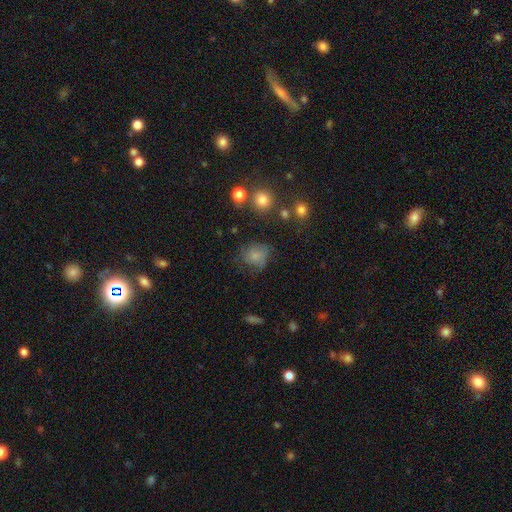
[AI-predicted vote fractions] A smooth galaxy with no disk features (68%) that is round (67%).

Vote fractions:
- Smooth or featured? smooth: 68% / featured or disk: 20% / star or artifact: 12%
- How rounded? round: 67% / in between: 32% / cigar-shaped: 1%
- Merging? none: 53% / minor disturbance: 27% / major disturbance: 16% / merger: 3%